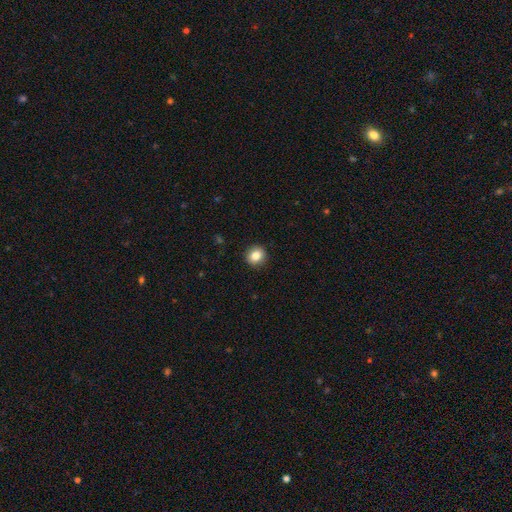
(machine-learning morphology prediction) type=smooth (84%); roundness=round (84%); merging=none (92%).